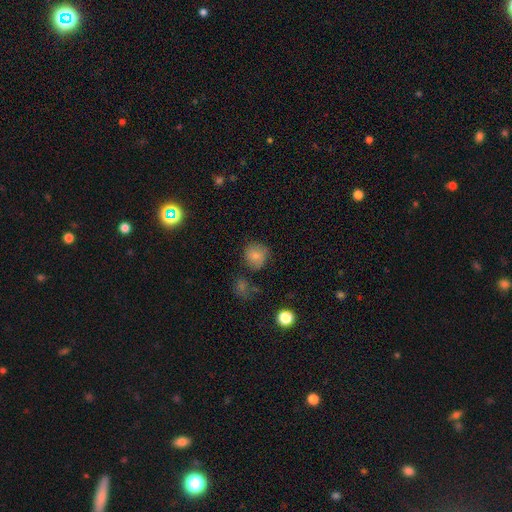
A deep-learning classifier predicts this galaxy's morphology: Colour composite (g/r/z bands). It shows a smooth galaxy with no disk features (81%) that is round (85%). Merging: none (73%).